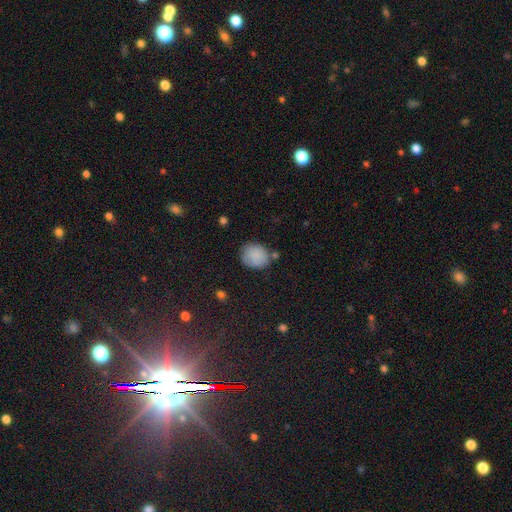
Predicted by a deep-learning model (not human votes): smooth_or_featured: smooth (p=0.85) [alt: star or artifact p=0.08]
how_rounded: round (p=0.72) [alt: in between p=0.27]
merging: none (p=0.68) [alt: minor disturbance p=0.20]